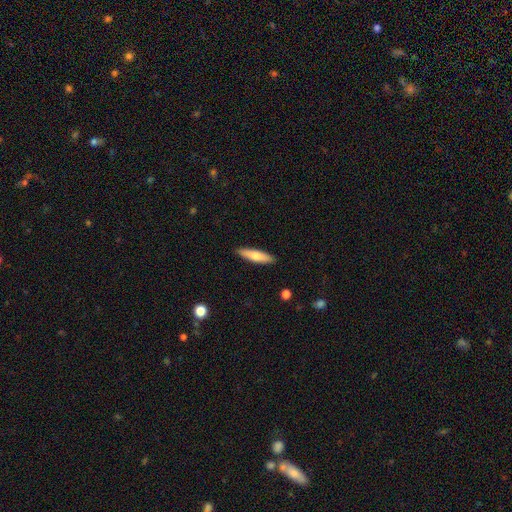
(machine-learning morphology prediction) Smooth or featured? Predicted: smooth (p=0.70). How rounded? Predicted: cigar-shaped (p=0.72). Merging? Predicted: none (p=0.90).